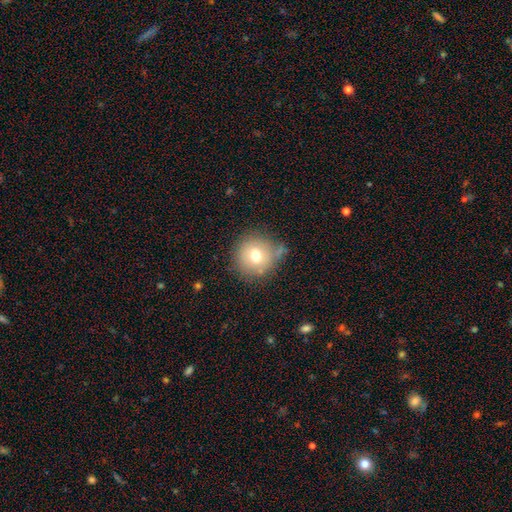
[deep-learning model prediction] The model was most divided on "smooth or featured": smooth: 71%, featured or disk: 18%, star or artifact: 11%. More confident: how rounded — round (91%); merging — none (75%).